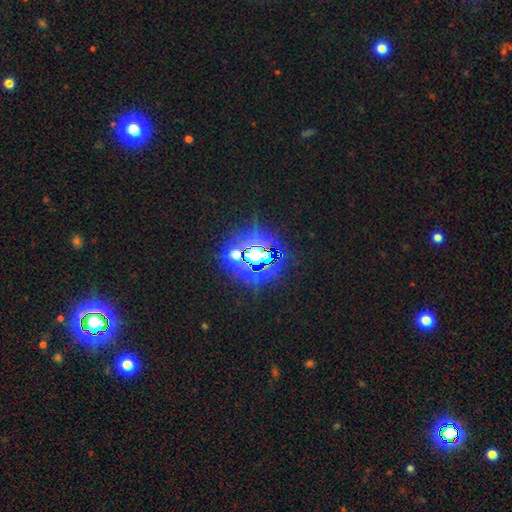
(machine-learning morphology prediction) smooth-or-featured: star or artifact: 79% | smooth: 12% | featured or disk: 9%